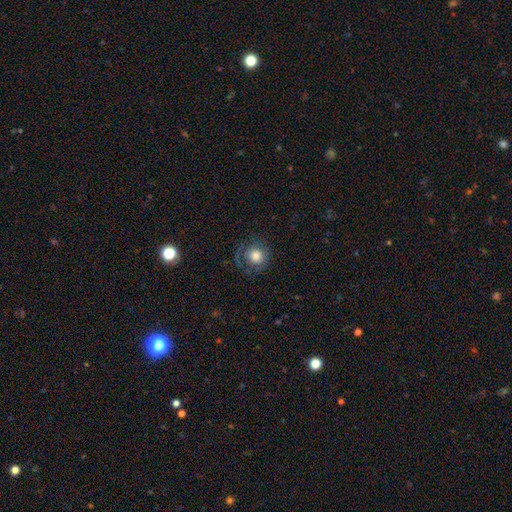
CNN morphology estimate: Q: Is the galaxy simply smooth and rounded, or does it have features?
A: smooth — 75%.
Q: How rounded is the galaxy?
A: round — 90%.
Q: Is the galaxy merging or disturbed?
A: none — 69%.